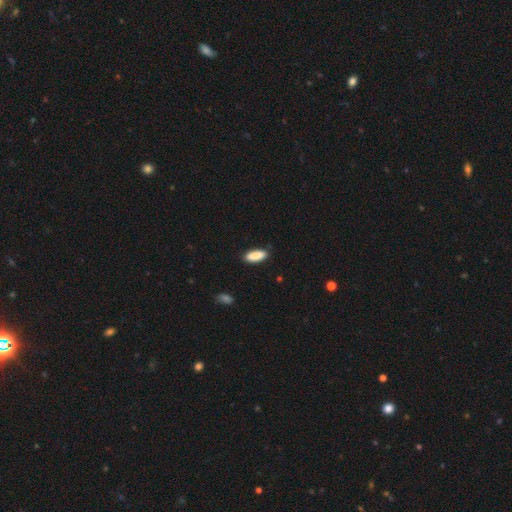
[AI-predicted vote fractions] Overall: smooth (89%). How rounded: in between (74%). Merging: none (86%).